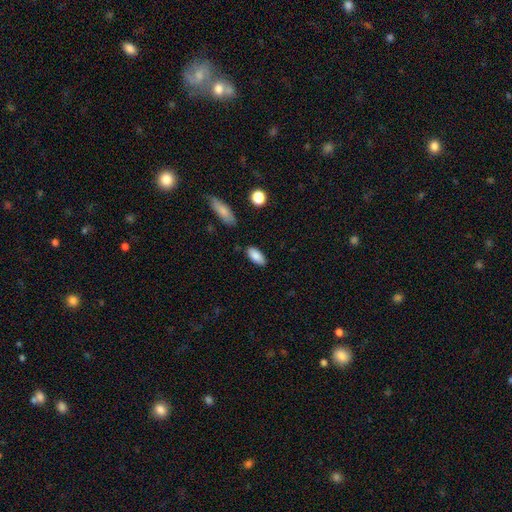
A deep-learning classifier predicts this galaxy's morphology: A smooth galaxy with no disk features (85%) that is in between round and cigar-shaped (89%). Merging: none (83%).